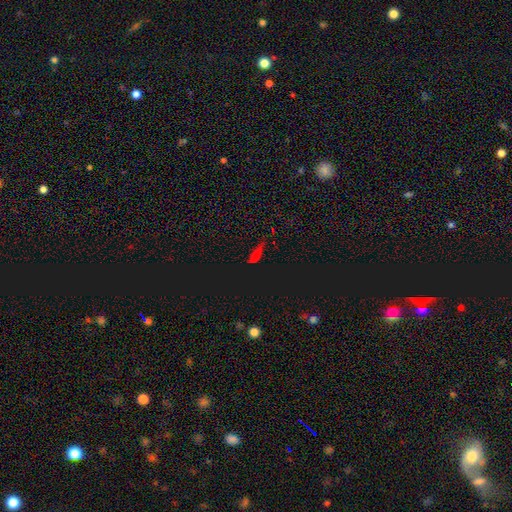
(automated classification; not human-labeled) A star or artifact, not a galaxy (48%).